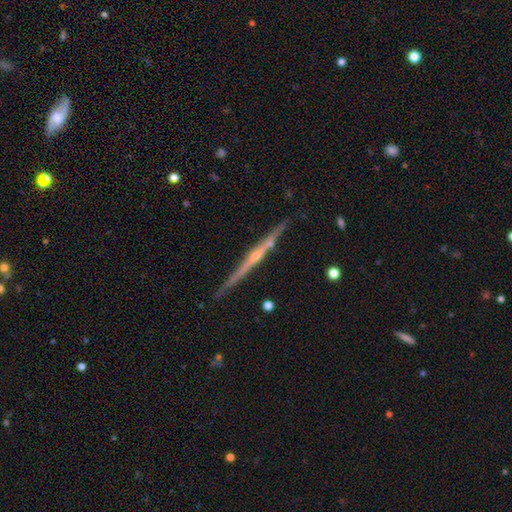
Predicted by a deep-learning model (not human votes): Q: Smooth or featured?
A: featured or disk (82%); runner-up: smooth (11%)
Q: Edge-on disk?
A: yes (98%); runner-up: no (2%)
Q: Edge-on bulge?
A: rounded (75%); runner-up: none (19%)
Q: Merging?
A: none (87%); runner-up: minor disturbance (9%)